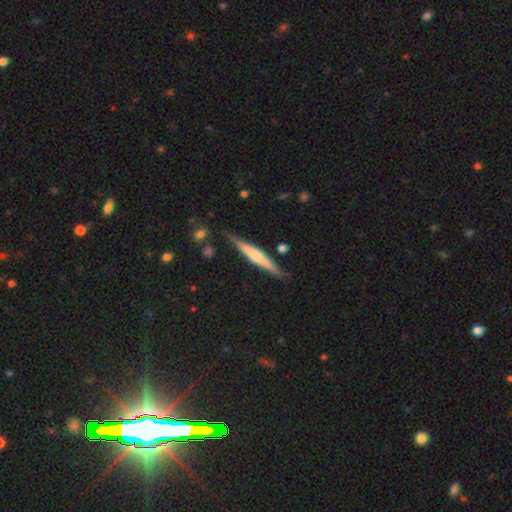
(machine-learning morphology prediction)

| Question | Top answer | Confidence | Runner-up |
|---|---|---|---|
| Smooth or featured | featured or disk | 60% | smooth (34%) |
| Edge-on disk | yes | 97% | no (3%) |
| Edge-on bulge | rounded | 51% | boxy (26%) |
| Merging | none | 84% | minor disturbance (12%) |